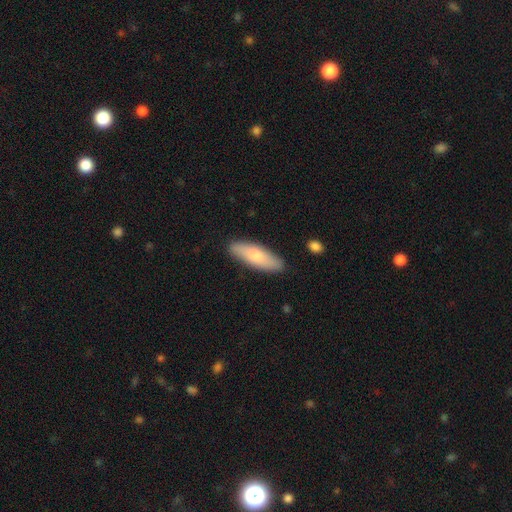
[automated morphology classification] Overall: smooth (77%). How rounded: in between (55%; cigar-shaped 43%). Merging: none (86%).